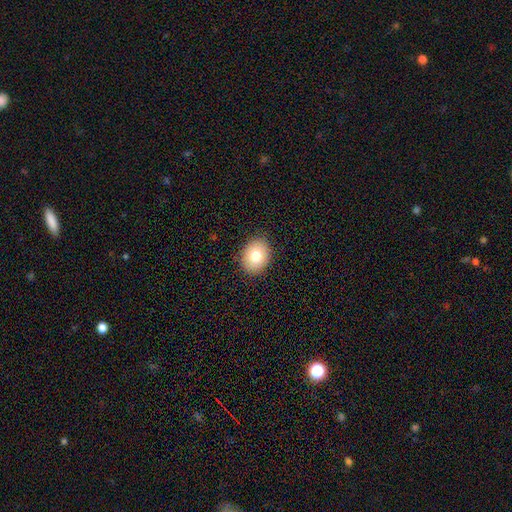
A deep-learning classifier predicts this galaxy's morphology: This is likely a smooth galaxy (76%). How rounded: possibly round (56%). Merging: clearly none (89%).